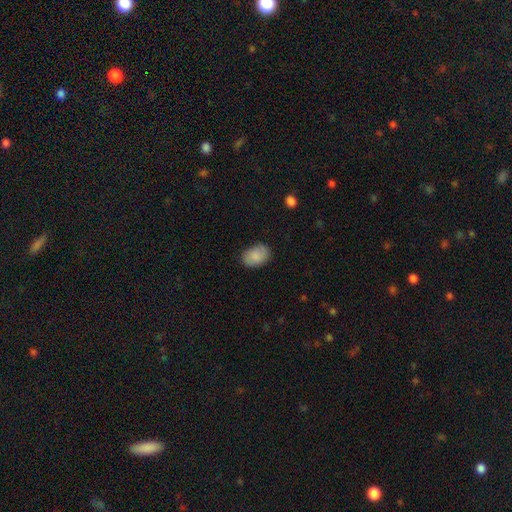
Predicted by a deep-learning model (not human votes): Smooth or featured? smooth (86%)
How rounded? in between (85%)
Merging? none (83%)